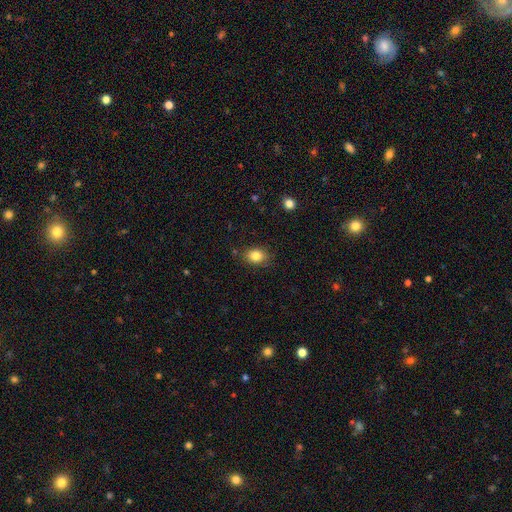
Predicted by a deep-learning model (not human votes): Smooth or featured? Predicted: smooth (p=0.84). How rounded? Predicted: in between (p=0.65). Merging? Predicted: none (p=0.81).